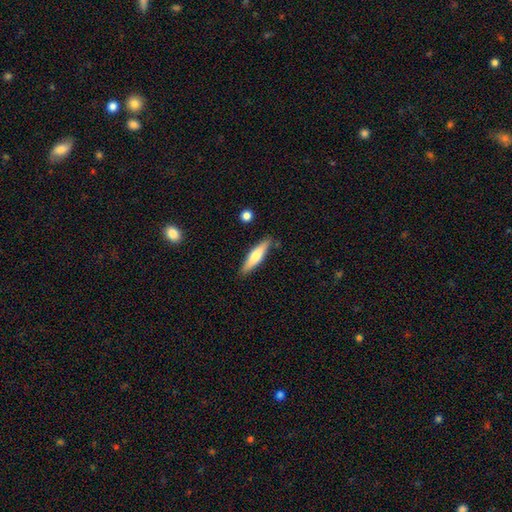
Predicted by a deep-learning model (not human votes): smooth_or_featured: smooth (p=0.62) [alt: featured or disk p=0.32]
how_rounded: cigar-shaped (p=0.77) [alt: in between p=0.22]
merging: none (p=0.86) [alt: minor disturbance p=0.10]